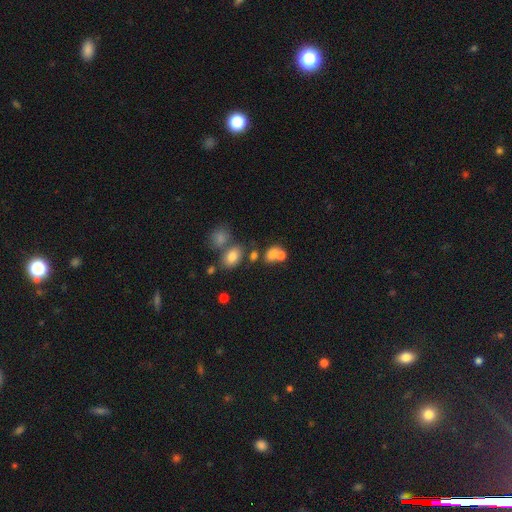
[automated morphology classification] Smooth or featured: smooth — 56% (star or artifact — 30%)
How rounded: in between — 53% (round — 45%)
Merging: none — 55% (merger — 27%)